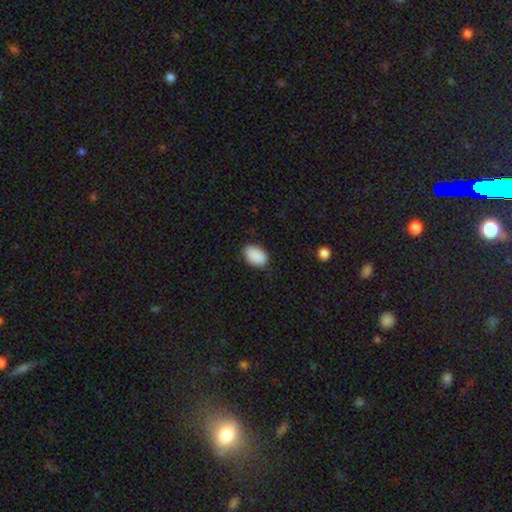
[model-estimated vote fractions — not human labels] Smooth or featured? smooth (90%)
How rounded? in between (89%)
Merging? none (82%)